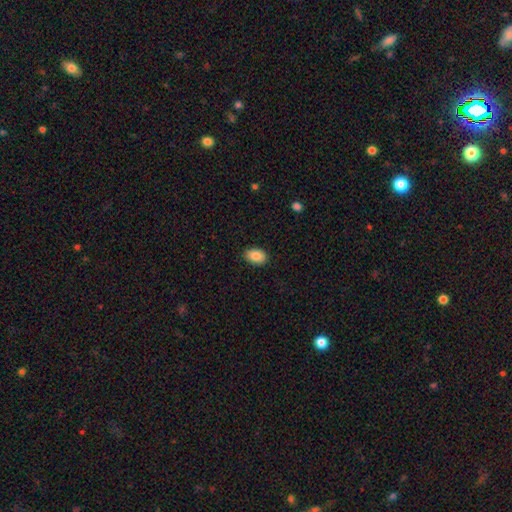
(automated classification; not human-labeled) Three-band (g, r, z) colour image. It shows a smooth galaxy with no disk features (87%) that is in between round and cigar-shaped (88%). Merging: none (88%).